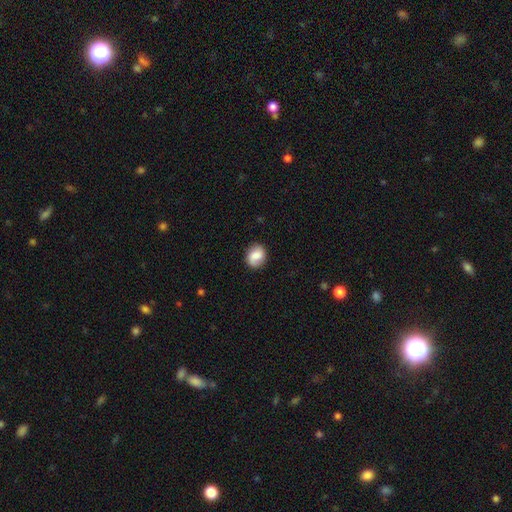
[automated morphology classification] Smooth or featured?
  - smooth: 72% *
  - featured or disk: 20%
  - star or artifact: 8%
How rounded?
  - round: 61% *
  - in between: 38%
  - cigar-shaped: 1%
Merging?
  - none: 81% *
  - minor disturbance: 14%
  - major disturbance: 4%
  - merger: 1%